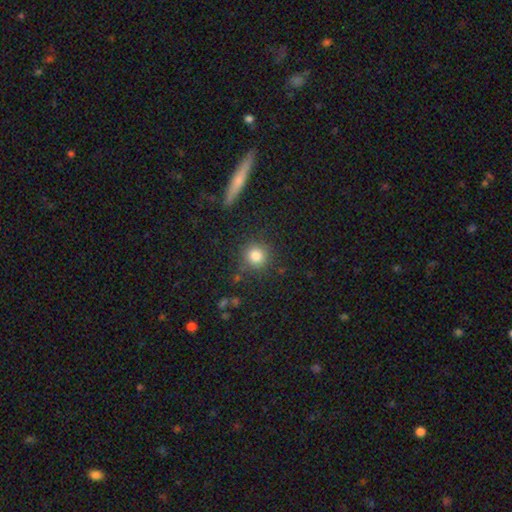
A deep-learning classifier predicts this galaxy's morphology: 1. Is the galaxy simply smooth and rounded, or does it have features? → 83% smooth, 11% star or artifact, 6% featured or disk.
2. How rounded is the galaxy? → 91% round, 7% in between, 1% cigar-shaped.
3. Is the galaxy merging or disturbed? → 85% none, 8% minor disturbance, 3% major disturbance, 3% merger.